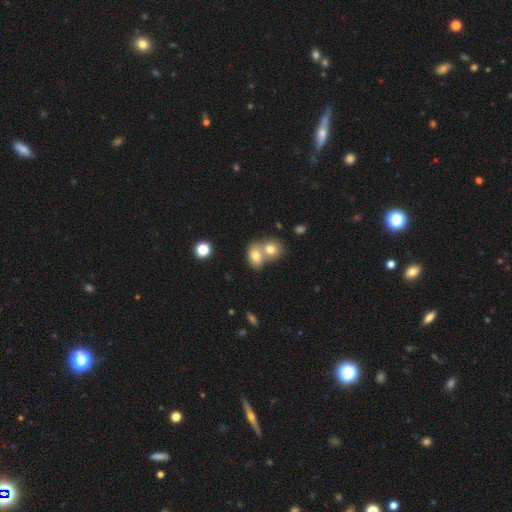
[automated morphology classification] This appears to be a smooth galaxy with no disk features (77%) that is in between round and cigar-shaped (67%). Merging: merger (64%).